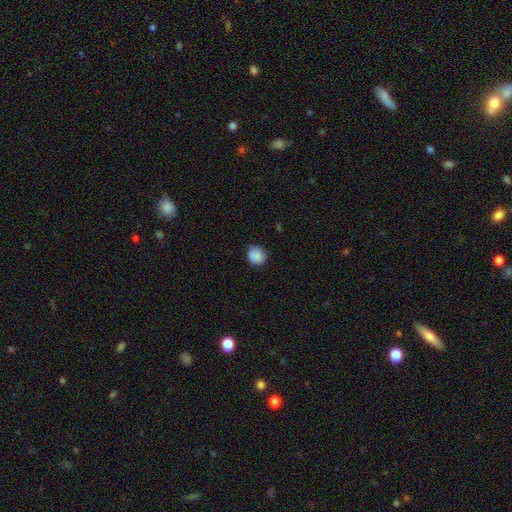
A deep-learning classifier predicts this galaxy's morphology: Smooth or featured?
  - smooth: 85% *
  - star or artifact: 8%
  - featured or disk: 7%
How rounded?
  - round: 85% *
  - in between: 14%
  - cigar-shaped: 1%
Merging?
  - none: 75% *
  - minor disturbance: 20%
  - major disturbance: 4%
  - merger: 2%